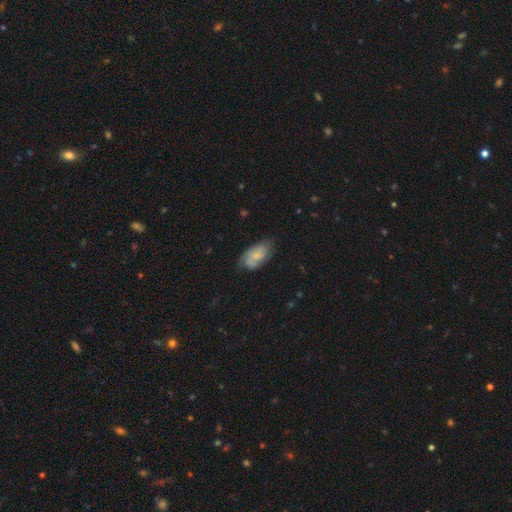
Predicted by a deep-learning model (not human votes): Overall: smooth (50%; featured or disk 42%). How rounded: in between (92%). Merging: none (63%; minor disturbance 27%).